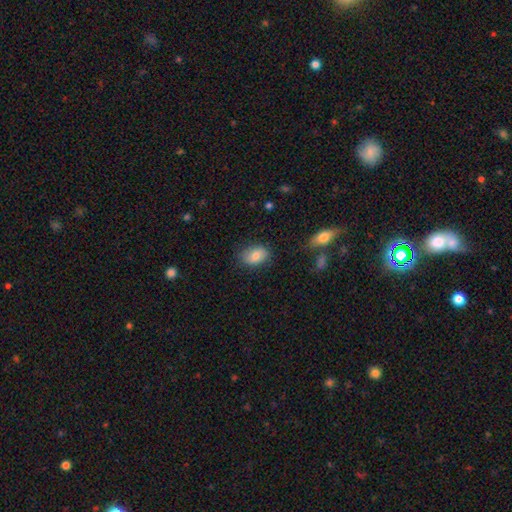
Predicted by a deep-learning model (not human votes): This is likely a smooth galaxy (79%). How rounded: clearly in between (84%). Merging: likely none (80%).